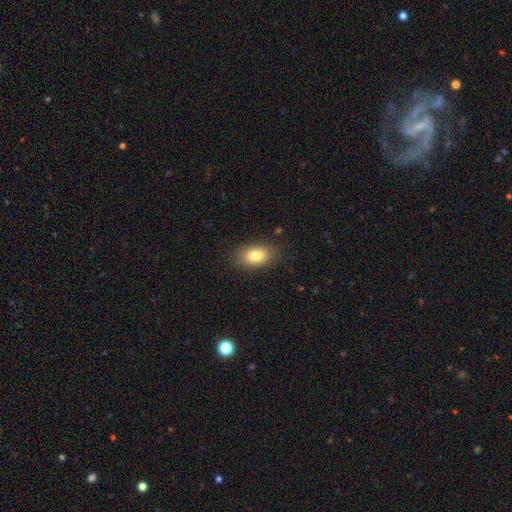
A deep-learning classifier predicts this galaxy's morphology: smooth 82%, featured or disk 10%, star or artifact 9%. Down the decision tree: how rounded — in between (86%); merging — none (84%).